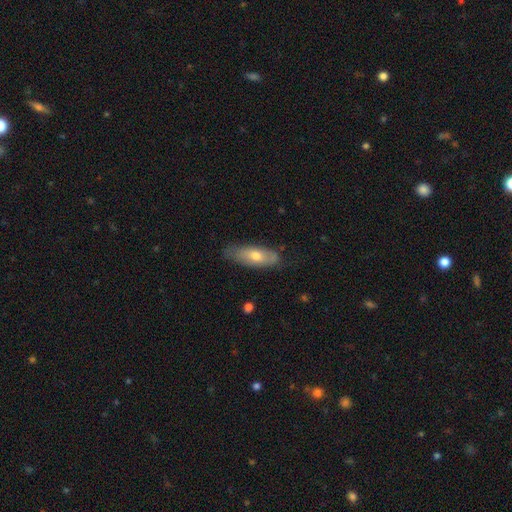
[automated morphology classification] Overall: smooth (60%; featured or disk 34%). How rounded: in between (65%; cigar-shaped 33%). Merging: none (74%).